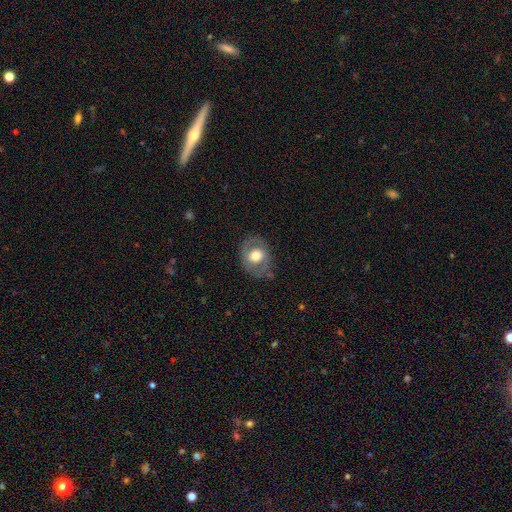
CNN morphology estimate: Smooth or featured?
  - smooth: 51% *
  - featured or disk: 42%
  - star or artifact: 7%
How rounded?
  - in between: 50% *
  - round: 49%
  - cigar-shaped: 1%
Merging?
  - none: 71% *
  - minor disturbance: 18%
  - major disturbance: 8%
  - merger: 2%